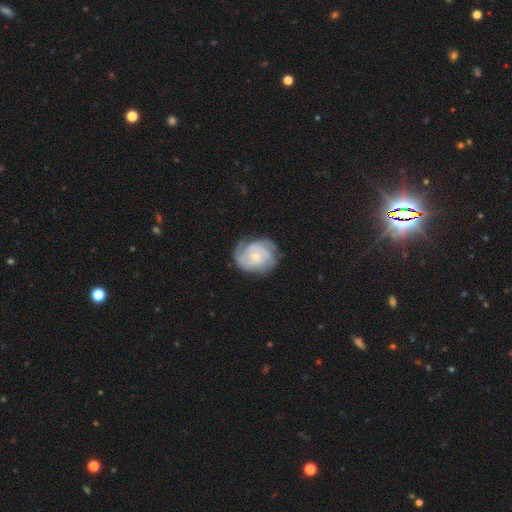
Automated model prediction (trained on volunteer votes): Smooth or featured: featured or disk — 80% (smooth — 15%)
Edge-on disk: no — 98% (yes — 2%)
Bar: no — 66% (weak — 29%)
Spiral arms: yes — 94% (no — 6%)
Spiral winding: tight — 63% (medium — 29%)
Spiral arm count: 2 — 35% (can't tell — 27%)
Bulge size: small — 55% (moderate — 36%)
Merging: none — 67% (minor disturbance — 22%)